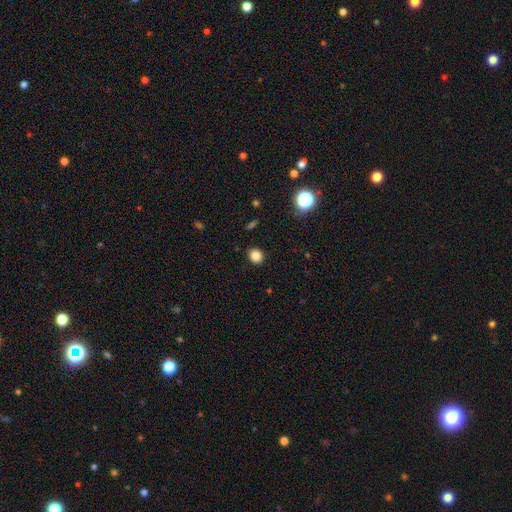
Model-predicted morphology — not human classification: Overall: smooth (83%). How rounded: round (71%). Merging: none (90%).